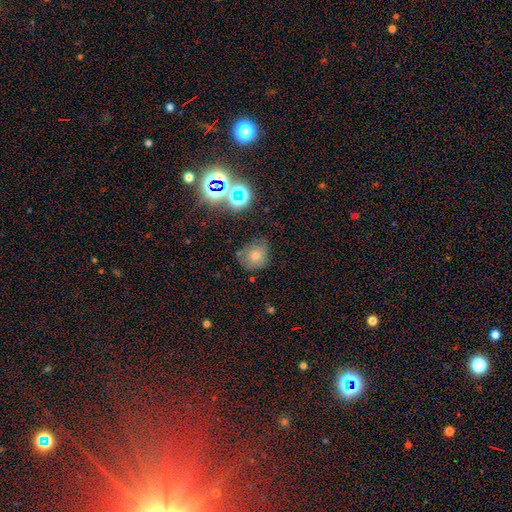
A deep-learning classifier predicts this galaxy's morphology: type=smooth (69%); roundness=round (77%); merging=none (65%).